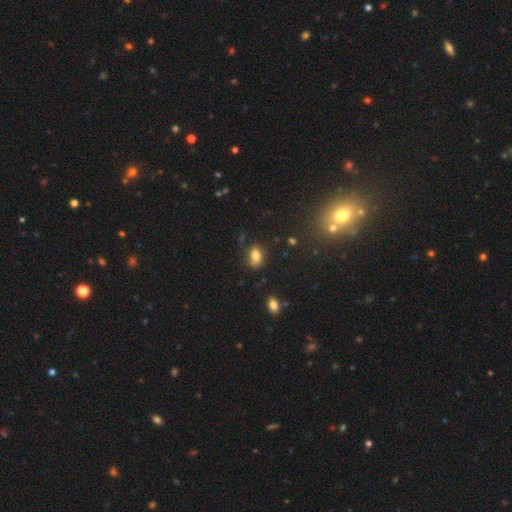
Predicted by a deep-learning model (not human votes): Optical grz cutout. It shows a smooth galaxy with no disk features (79%) that is in between round and cigar-shaped (76%). Merging: none (63%).